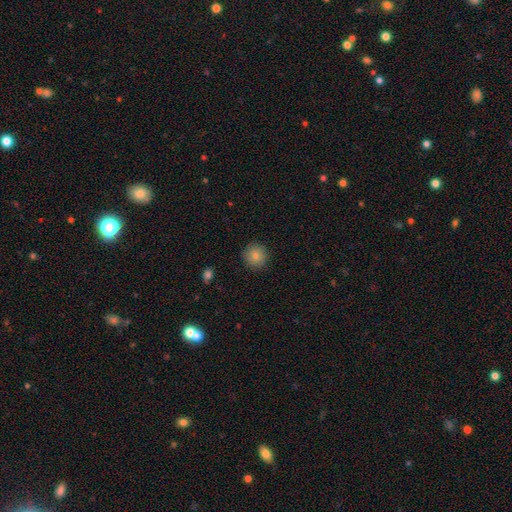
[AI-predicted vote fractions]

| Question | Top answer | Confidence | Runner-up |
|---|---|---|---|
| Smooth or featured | smooth | 84% | star or artifact (10%) |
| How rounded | round | 93% | in between (6%) |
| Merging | none | 90% | minor disturbance (7%) |